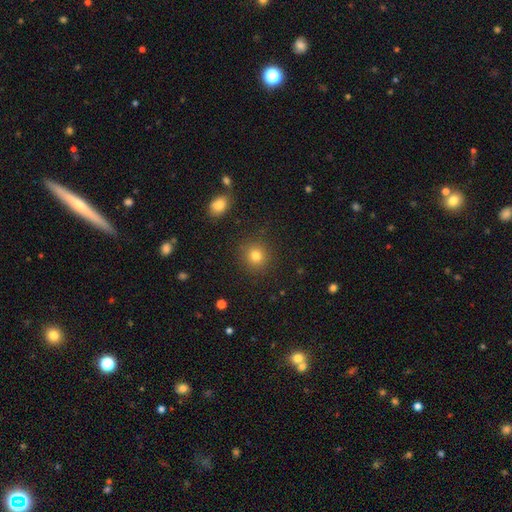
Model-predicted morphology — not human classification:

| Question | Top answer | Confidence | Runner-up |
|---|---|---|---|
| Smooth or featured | smooth | 81% | star or artifact (13%) |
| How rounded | round | 89% | in between (10%) |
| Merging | none | 89% | minor disturbance (6%) |